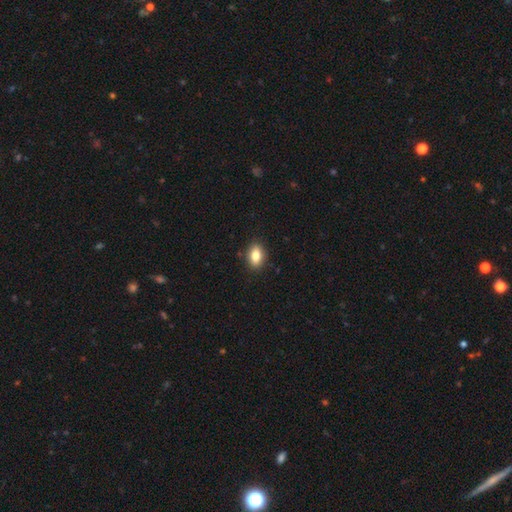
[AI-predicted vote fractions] Smooth or featured?
  - smooth: 83% *
  - featured or disk: 9%
  - star or artifact: 8%
How rounded?
  - in between: 86% *
  - round: 12%
  - cigar-shaped: 3%
Merging?
  - none: 88% *
  - minor disturbance: 9%
  - major disturbance: 2%
  - merger: 1%